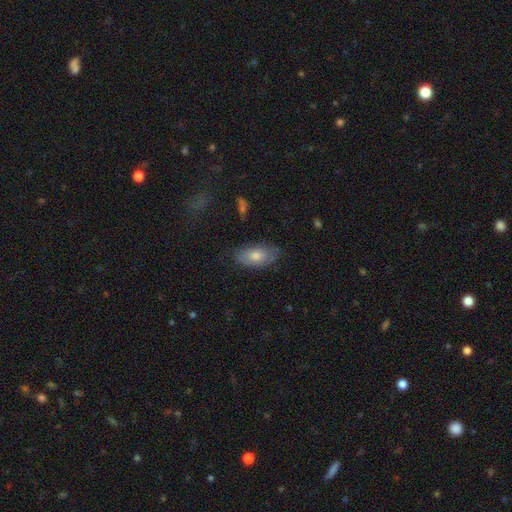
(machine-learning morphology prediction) A smooth galaxy with no disk features (67%) that is in between round and cigar-shaped (91%).

Vote fractions:
- Smooth or featured? smooth: 67% / featured or disk: 24% / star or artifact: 9%
- How rounded? in between: 91% / cigar-shaped: 5% / round: 4%
- Merging? none: 76% / minor disturbance: 18% / major disturbance: 4% / merger: 1%